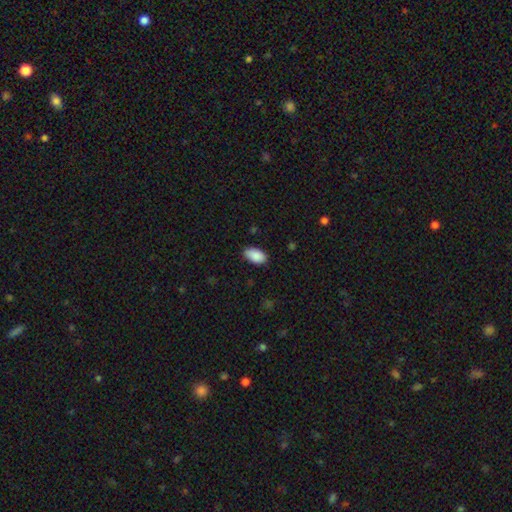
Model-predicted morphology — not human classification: Overall: smooth (89%). How rounded: in between (94%). Merging: none (81%).